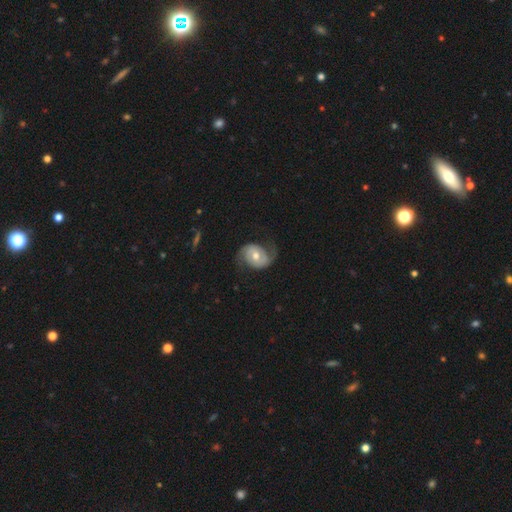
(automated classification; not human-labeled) Morphology: type=featured or disk (77%); edge-on=no (97%); bar=no (60%); spiral arms=yes (91%); winding=medium (40%); arm count=2 (89%); bulge=moderate (74%); merging=none (68%).